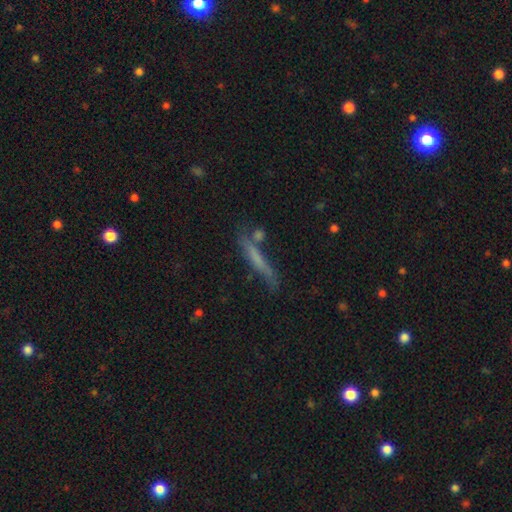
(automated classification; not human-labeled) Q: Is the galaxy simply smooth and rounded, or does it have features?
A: smooth — 48%.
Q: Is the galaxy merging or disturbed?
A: none — 66%.